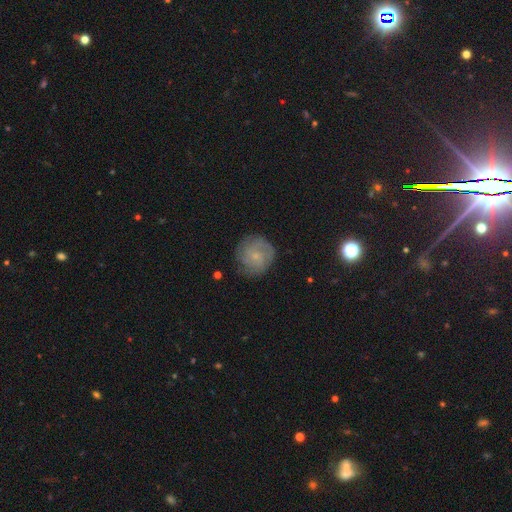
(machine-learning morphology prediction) Smooth or featured: featured or disk — 59% (smooth — 32%)
Edge-on disk: no — 97% (yes — 3%)
Bar: no — 78% (weak — 20%)
Spiral arms: yes — 85% (no — 15%)
Bulge size: small — 76% (moderate — 16%)
Merging: none — 78% (minor disturbance — 15%)